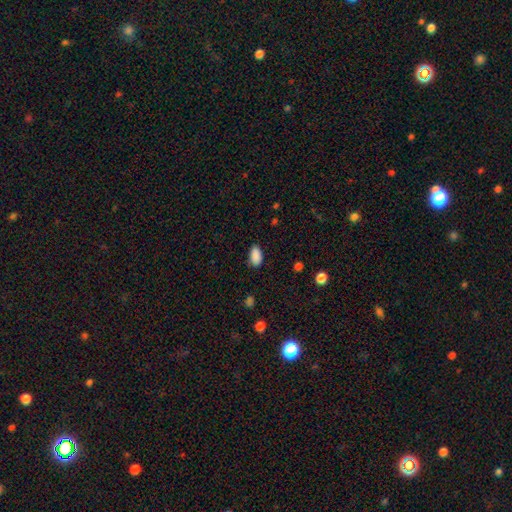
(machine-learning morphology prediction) smooth 89%, star or artifact 8%, featured or disk 3%. Down the decision tree: how rounded — in between (93%); merging — none (83%).